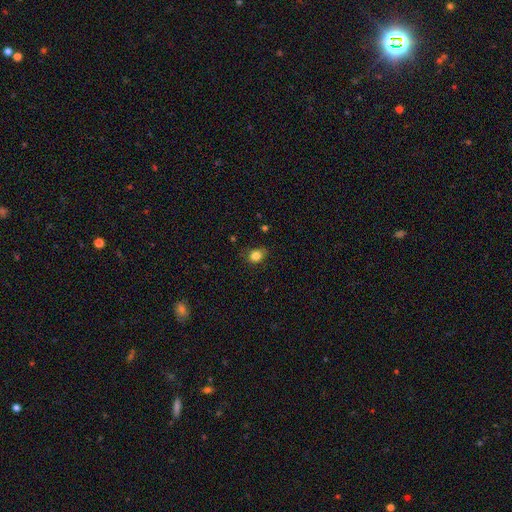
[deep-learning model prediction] smooth 83%, star or artifact 11%, featured or disk 6%. Down the decision tree: how rounded — round (52%); merging — none (73%).